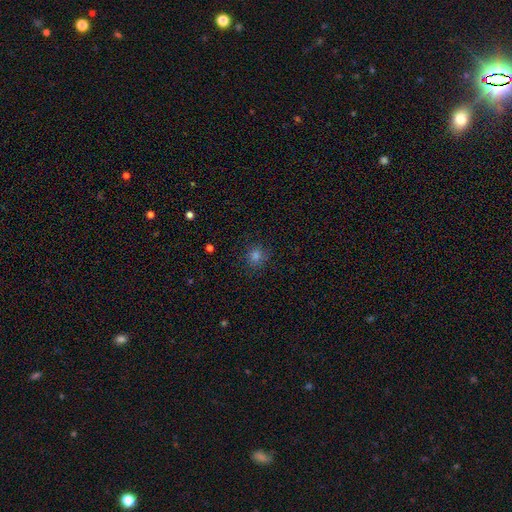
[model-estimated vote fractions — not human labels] Smooth or featured?
  - smooth: 72% *
  - star or artifact: 22%
  - featured or disk: 6%
How rounded?
  - round: 90% *
  - in between: 9%
  - cigar-shaped: 1%
Merging?
  - none: 87% *
  - minor disturbance: 9%
  - major disturbance: 3%
  - merger: 1%